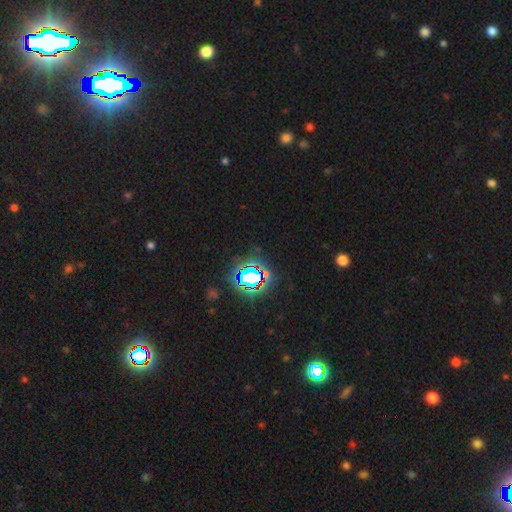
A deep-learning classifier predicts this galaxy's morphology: Smooth or featured?
  - star or artifact: 81% *
  - smooth: 12%
  - featured or disk: 7%